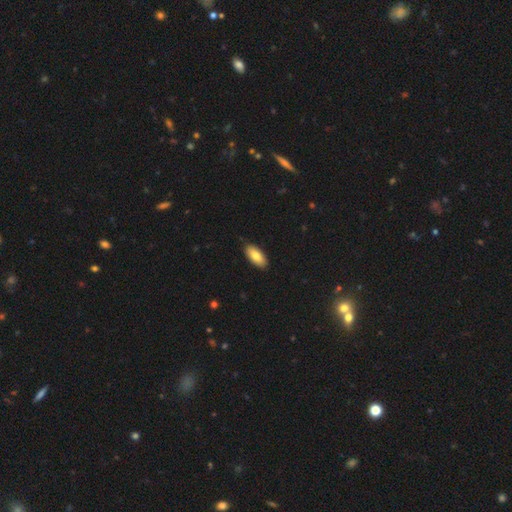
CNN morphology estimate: smooth-or-featured: smooth: 81% | featured or disk: 14% | star or artifact: 6%
  how-rounded: in between: 88% | cigar-shaped: 10% | round: 2%
  merging: none: 89% | minor disturbance: 9% | major disturbance: 2% | merger: 1%